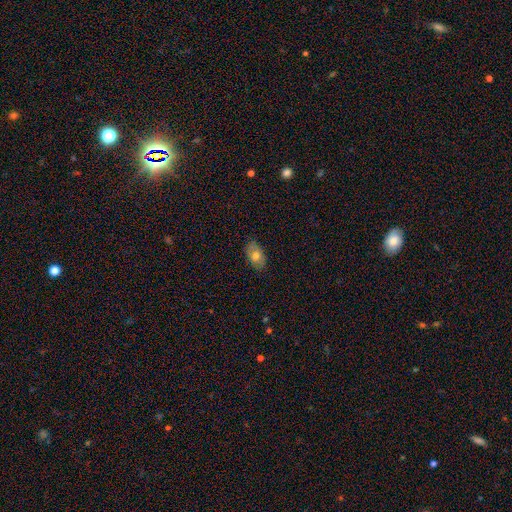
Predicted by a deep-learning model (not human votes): A smooth galaxy with no disk features (66%) that is in between round and cigar-shaped (91%). Merging: none (82%).